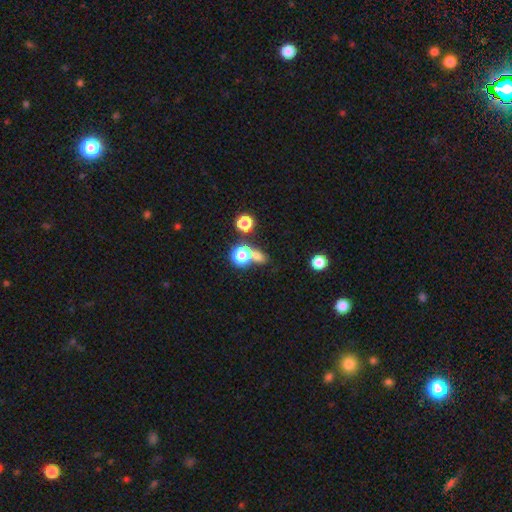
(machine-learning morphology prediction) Smooth or featured? smooth (62%)
How rounded? round (54%)
Merging? none (50%)